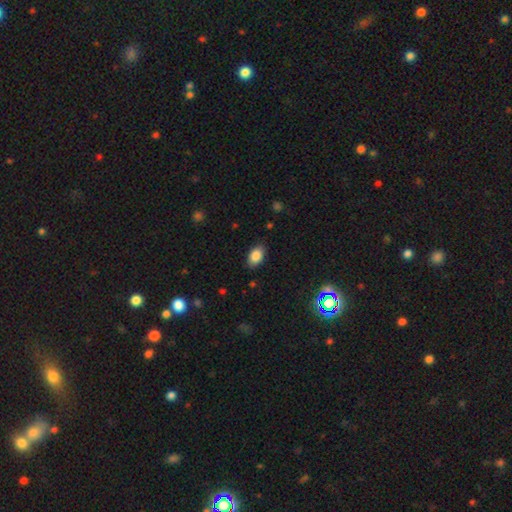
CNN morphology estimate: This is clearly a smooth galaxy (85%). How rounded: clearly in between (91%). Merging: clearly none (86%).